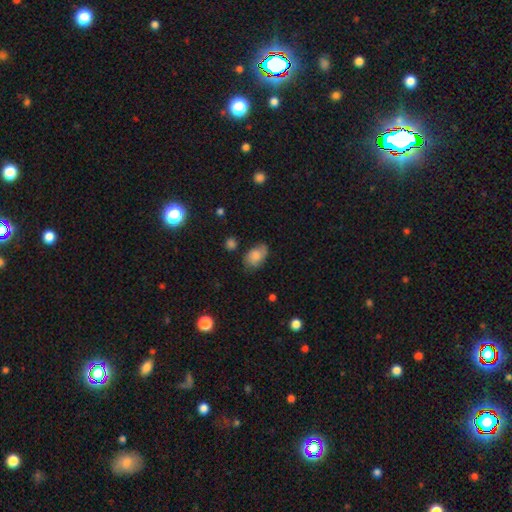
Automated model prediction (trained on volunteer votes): Smooth or featured? smooth (70%)
How rounded? in between (88%)
Merging? none (64%)